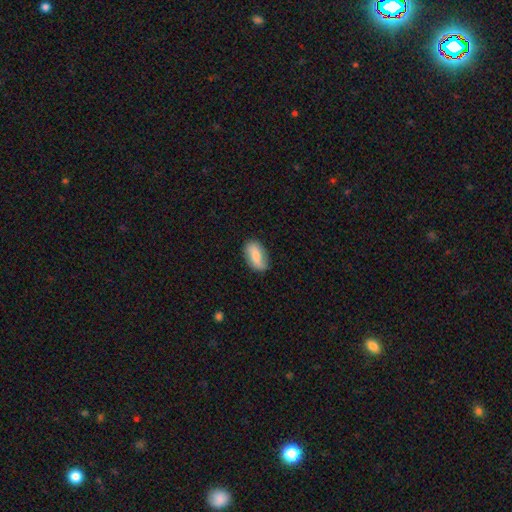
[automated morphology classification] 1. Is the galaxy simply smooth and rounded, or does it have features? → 73% smooth, 21% featured or disk, 7% star or artifact.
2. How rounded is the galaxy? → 90% in between, 6% cigar-shaped, 4% round.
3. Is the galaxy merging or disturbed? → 81% none, 14% minor disturbance, 3% major disturbance, 1% merger.